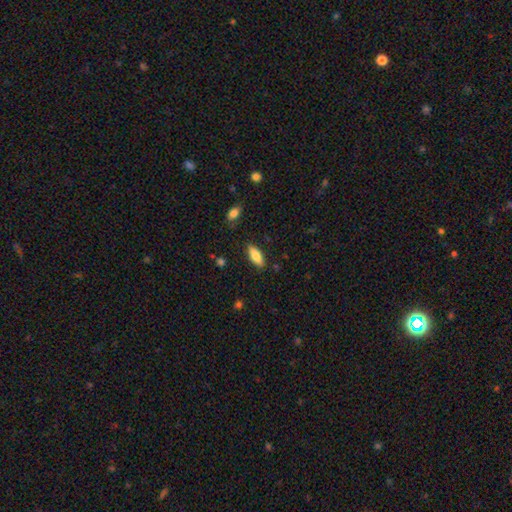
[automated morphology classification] Smooth or featured: smooth — 77% (featured or disk — 16%)
How rounded: in between — 69% (cigar-shaped — 29%)
Merging: none — 85% (minor disturbance — 11%)